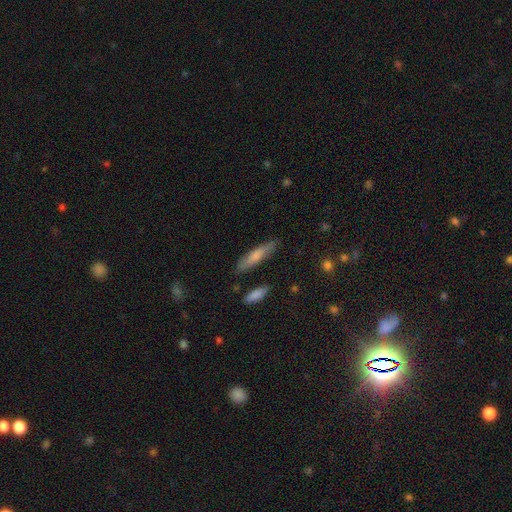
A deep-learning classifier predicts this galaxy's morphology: smooth_or_featured: smooth (p=0.71) [alt: featured or disk p=0.23]
how_rounded: cigar-shaped (p=0.82) [alt: in between p=0.17]
merging: none (p=0.83) [alt: minor disturbance p=0.12]